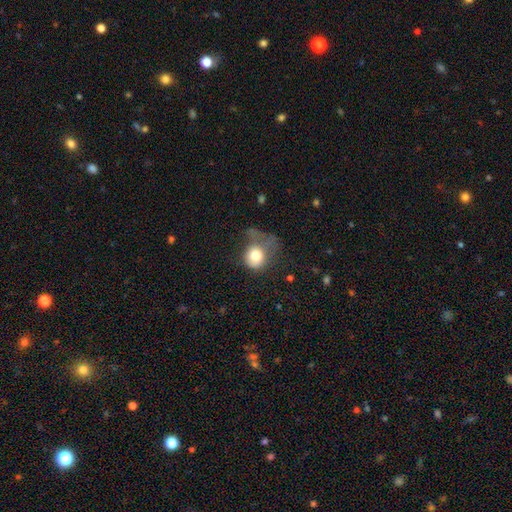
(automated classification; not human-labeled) This is likely a smooth galaxy (76%). How rounded: likely round (73%). Merging: possibly major disturbance (45%).